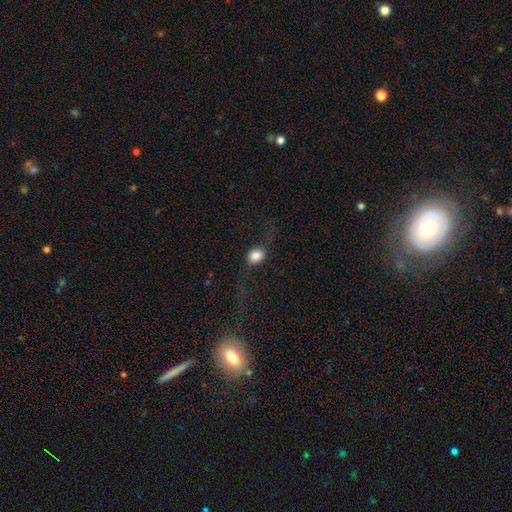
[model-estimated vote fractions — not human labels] Morphology: type=smooth (71%); roundness=in between (53%); merging=none (56%).